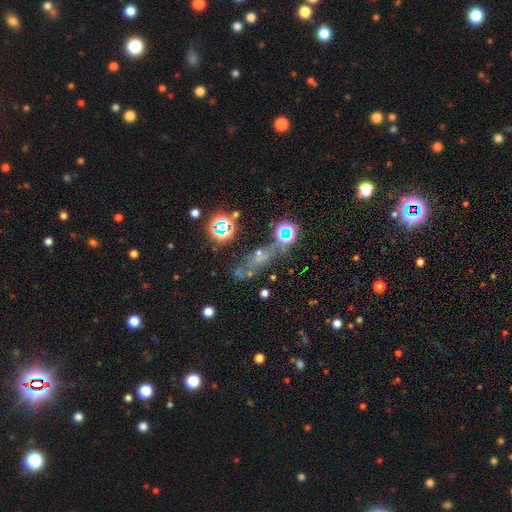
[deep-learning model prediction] Smooth or featured?
  - star or artifact: 44% *
  - smooth: 30%
  - featured or disk: 26%